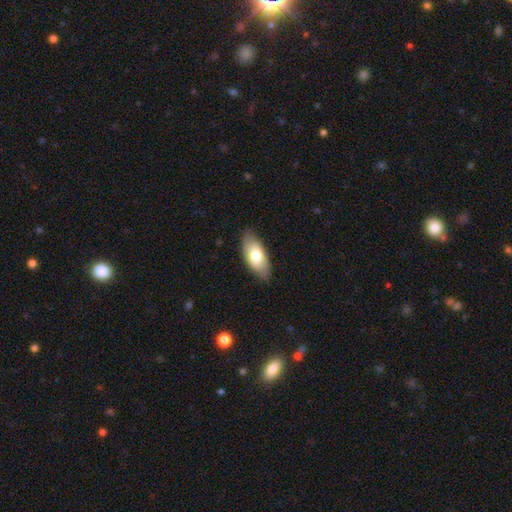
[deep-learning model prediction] Smooth or featured? smooth (73%)
How rounded? in between (89%)
Merging? none (83%)